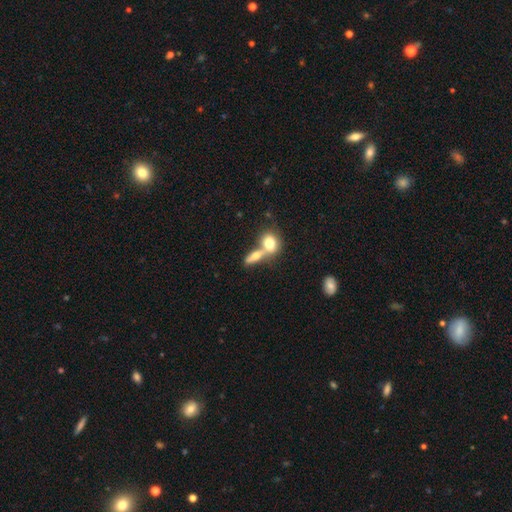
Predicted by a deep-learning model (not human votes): Overall: smooth (69%). How rounded: in between (57%; round 27%). Merging: merger (60%; none 29%).